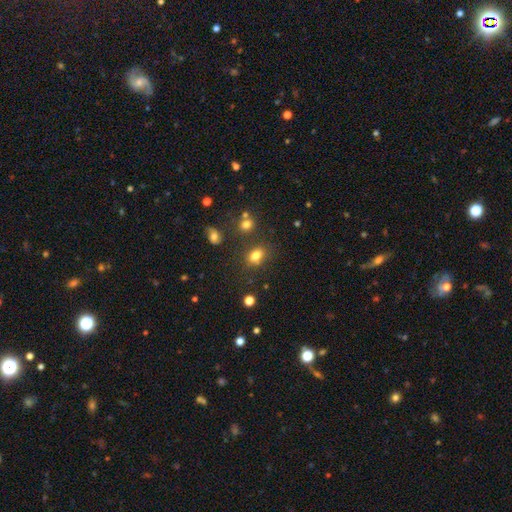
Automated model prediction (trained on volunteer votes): Morphology: type=smooth (78%); roundness=in between (67%); merging=none (73%).